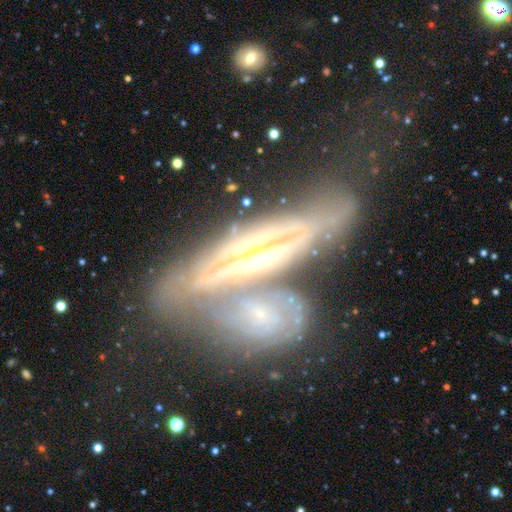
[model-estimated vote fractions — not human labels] Smooth or featured?
  - featured or disk: 79% *
  - smooth: 13%
  - star or artifact: 8%
Edge-on disk?
  - yes: 60% *
  - no: 40%
Merging?
  - merger: 42% *
  - none: 30%
  - minor disturbance: 16%
  - major disturbance: 13%